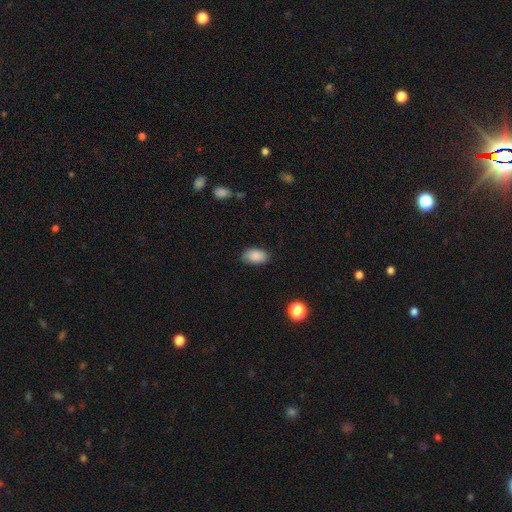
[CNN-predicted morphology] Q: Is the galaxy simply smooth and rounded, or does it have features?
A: smooth — 87%.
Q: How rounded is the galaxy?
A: in between — 91%.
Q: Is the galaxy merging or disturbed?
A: none — 80%.